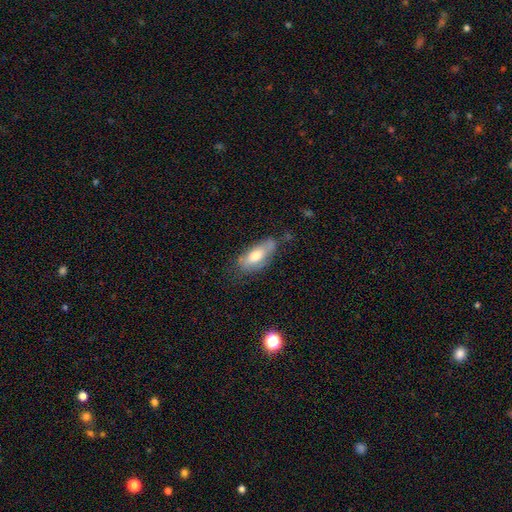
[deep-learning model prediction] Morphology: type=smooth (65%); roundness=in between (82%); merging=none (55%).